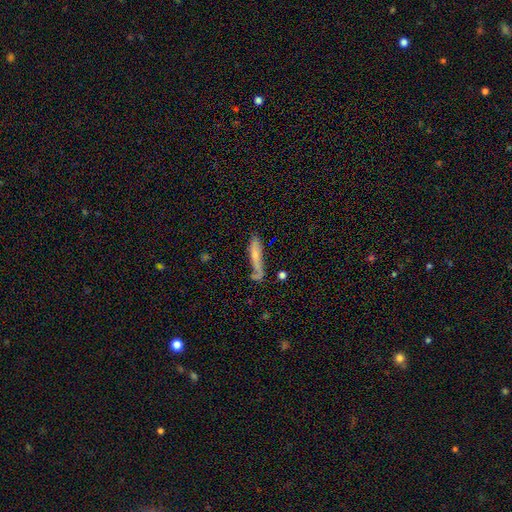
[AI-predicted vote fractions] Smooth or featured?
  - smooth: 59% *
  - featured or disk: 33%
  - star or artifact: 8%
How rounded?
  - cigar-shaped: 84% *
  - in between: 14%
  - round: 2%
Merging?
  - none: 54% *
  - minor disturbance: 25%
  - major disturbance: 12%
  - merger: 9%